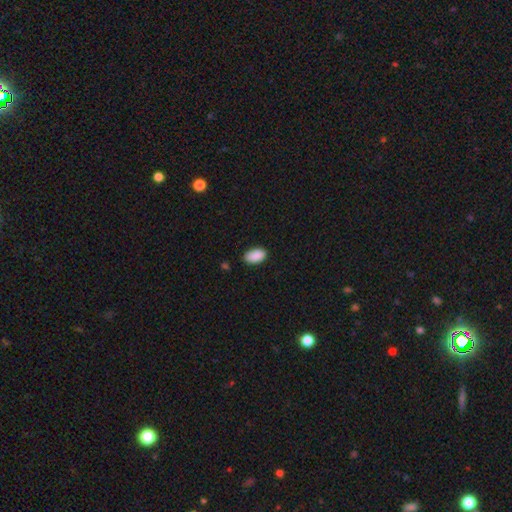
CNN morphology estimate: Overall: smooth (91%). How rounded: in between (94%). Merging: none (85%).